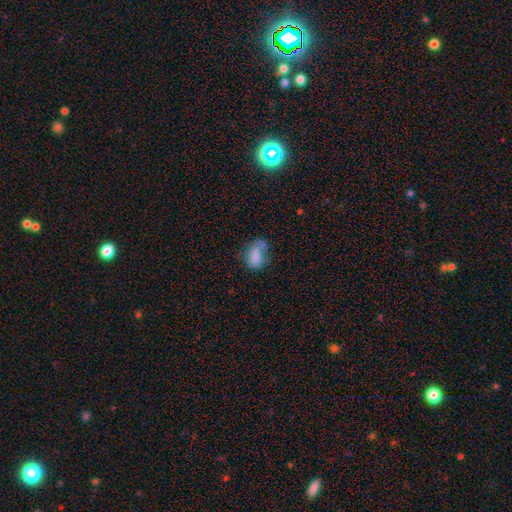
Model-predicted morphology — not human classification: Smooth or featured?
  - smooth: 77% *
  - featured or disk: 14%
  - star or artifact: 10%
How rounded?
  - in between: 81% *
  - round: 17%
  - cigar-shaped: 2%
Merging?
  - none: 38% *
  - minor disturbance: 32%
  - major disturbance: 20%
  - merger: 9%